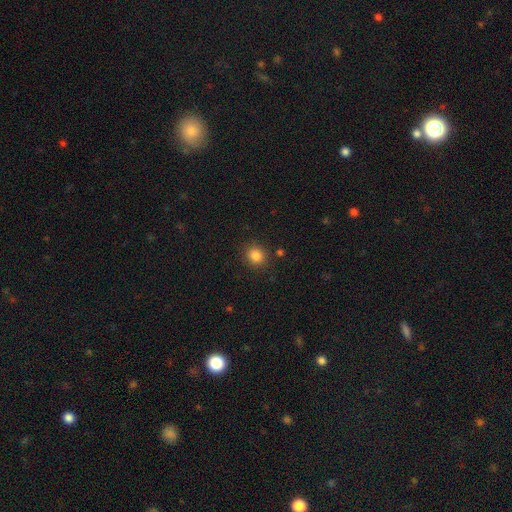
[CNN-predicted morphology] smooth_or_featured: smooth (p=0.84) [alt: star or artifact p=0.12]
how_rounded: round (p=0.77) [alt: in between p=0.22]
merging: none (p=0.87) [alt: minor disturbance p=0.08]